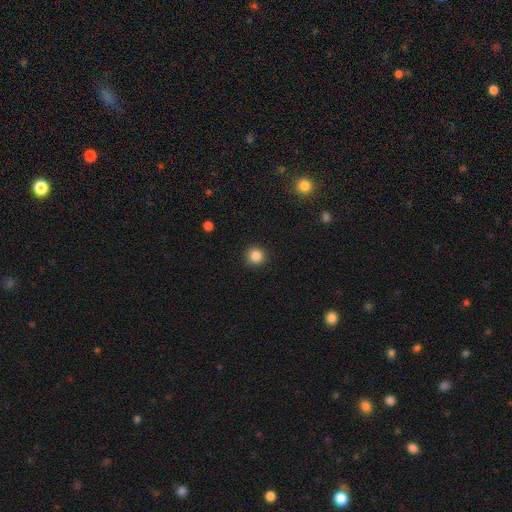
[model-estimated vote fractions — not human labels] This is clearly a smooth galaxy (85%). How rounded: clearly round (93%). Merging: clearly none (92%).